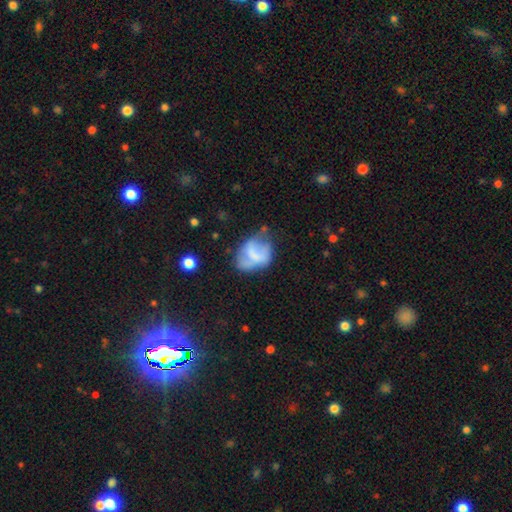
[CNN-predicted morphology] smooth-or-featured: smooth: 46% | featured or disk: 45% | star or artifact: 9%
  merging: none: 35% | minor disturbance: 30% | major disturbance: 28% | merger: 7%